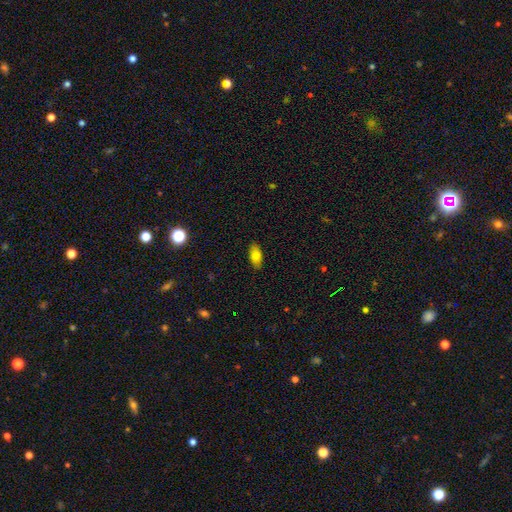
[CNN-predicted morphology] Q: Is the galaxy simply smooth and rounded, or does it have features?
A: smooth — 78%.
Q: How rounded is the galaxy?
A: in between — 88%.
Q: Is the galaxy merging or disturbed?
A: none — 88%.